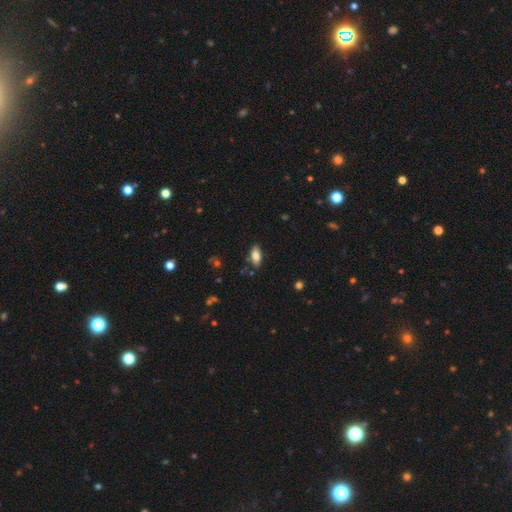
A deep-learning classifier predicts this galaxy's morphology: Smooth or featured? smooth (81%)
How rounded? in between (88%)
Merging? none (81%)